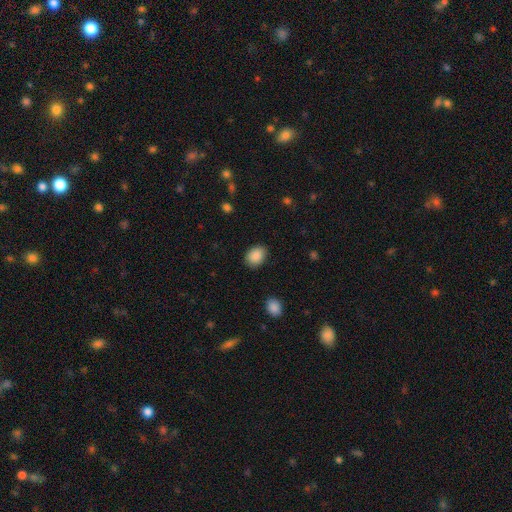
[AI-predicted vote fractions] The model was most divided on "how rounded": in between: 65%, round: 34%, cigar-shaped: 1%. More confident: smooth or featured — smooth (89%); merging — none (86%).